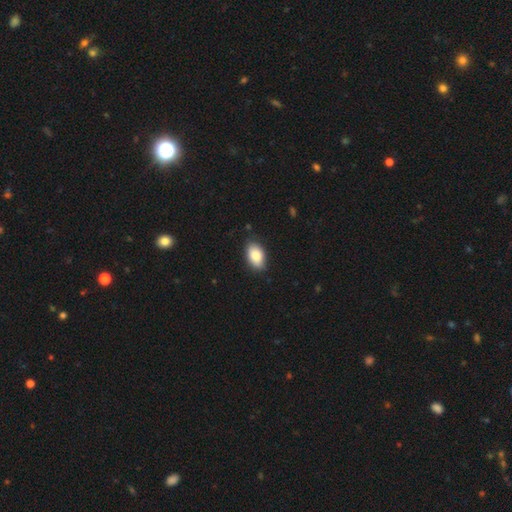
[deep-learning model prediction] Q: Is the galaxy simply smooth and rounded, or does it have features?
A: smooth — 86%.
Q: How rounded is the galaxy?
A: in between — 92%.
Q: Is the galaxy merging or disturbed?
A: none — 83%.